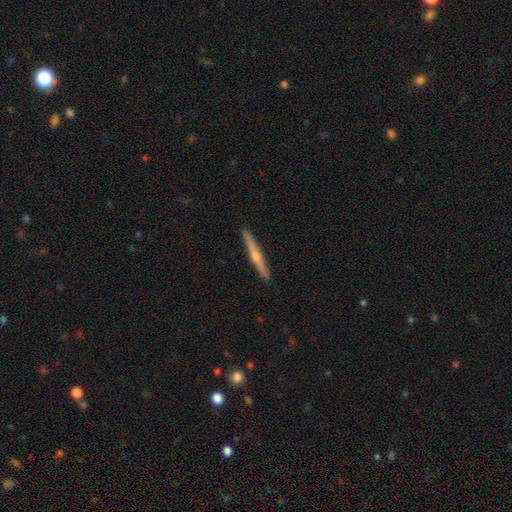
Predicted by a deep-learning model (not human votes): Smooth or featured?
  - featured or disk: 62% *
  - smooth: 33%
  - star or artifact: 5%
Edge-on disk?
  - yes: 97% *
  - no: 3%
Edge-on bulge?
  - rounded: 81% *
  - none: 16%
  - boxy: 3%
Merging?
  - none: 93% *
  - minor disturbance: 5%
  - major disturbance: 1%
  - merger: 1%